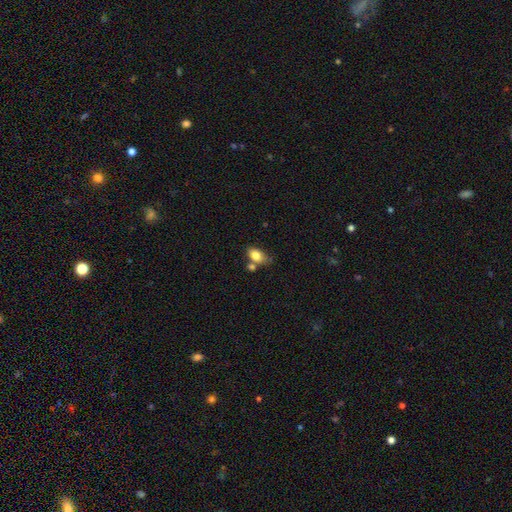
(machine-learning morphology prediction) Smooth or featured? Predicted: smooth (p=0.81). How rounded? Predicted: in between (p=0.86). Merging? Predicted: none (p=0.54).